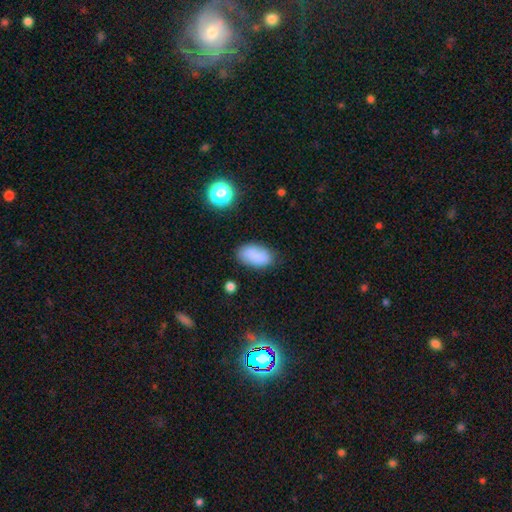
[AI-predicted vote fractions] Smooth or featured? smooth (85%)
How rounded? in between (93%)
Merging? none (78%)